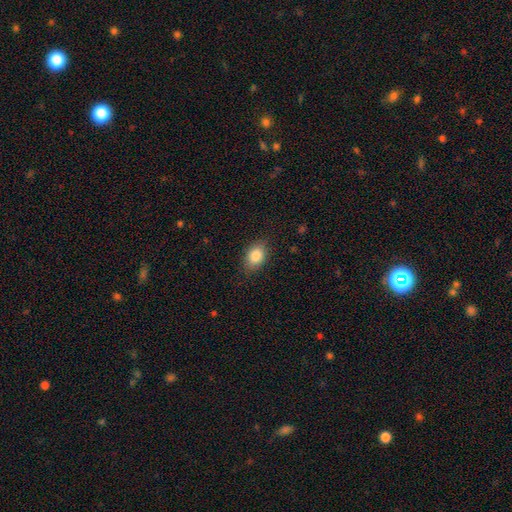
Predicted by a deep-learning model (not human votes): Smooth or featured? Predicted: smooth (p=0.84). How rounded? Predicted: in between (p=0.80). Merging? Predicted: none (p=0.84).